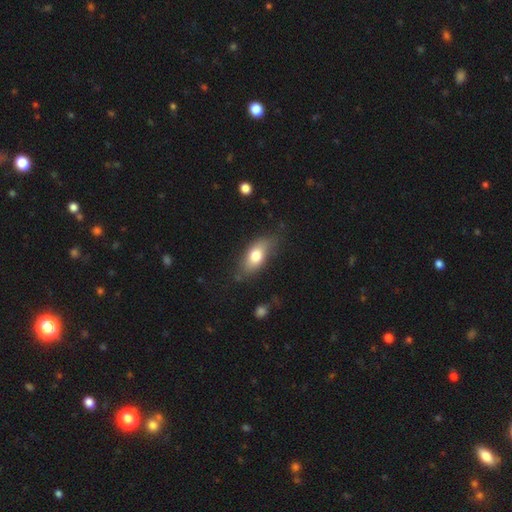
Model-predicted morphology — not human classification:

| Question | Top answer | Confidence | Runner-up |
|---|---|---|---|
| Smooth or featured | smooth | 74% | featured or disk (20%) |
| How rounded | in between | 83% | cigar-shaped (11%) |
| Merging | none | 70% | minor disturbance (22%) |